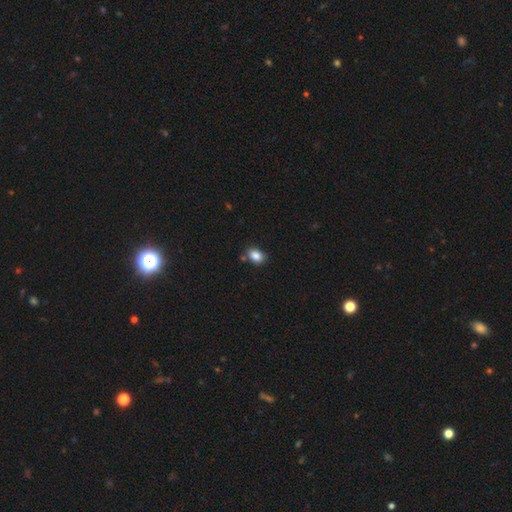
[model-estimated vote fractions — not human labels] This is clearly a smooth galaxy (85%). How rounded: likely in between (69%). Merging: likely none (77%).